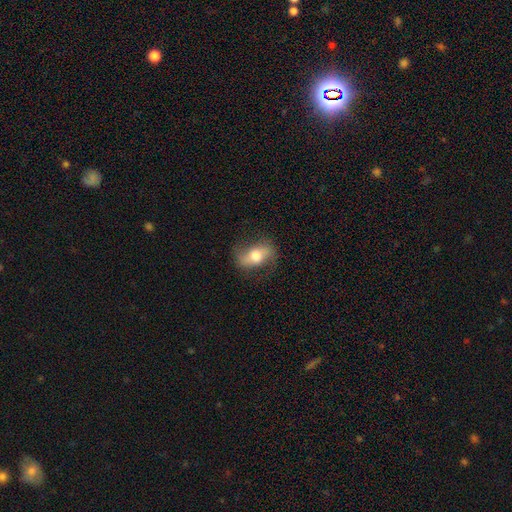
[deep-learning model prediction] Smooth or featured?
  - featured or disk: 57% *
  - smooth: 36%
  - star or artifact: 7%
Edge-on disk?
  - no: 89% *
  - yes: 11%
Bar?
  - no: 37% *
  - weak: 35%
  - strong: 28%
Spiral arms?
  - yes: 79% *
  - no: 21%
Bulge size?
  - moderate: 58% *
  - large: 25%
  - small: 12%
  - dominant: 3%
  - none: 2%
Merging?
  - none: 72% *
  - minor disturbance: 17%
  - major disturbance: 9%
  - merger: 1%